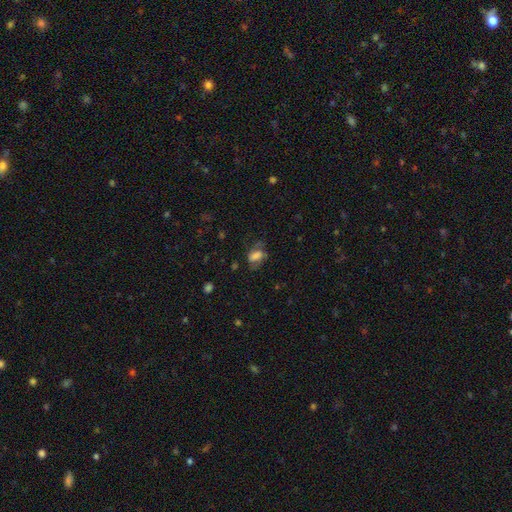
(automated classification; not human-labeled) A smooth galaxy with no disk features (61%) that is in between round and cigar-shaped (82%).

Vote fractions:
- Smooth or featured? smooth: 61% / featured or disk: 27% / star or artifact: 12%
- How rounded? in between: 82% / round: 14% / cigar-shaped: 4%
- Merging? none: 45% / minor disturbance: 27% / major disturbance: 25% / merger: 3%